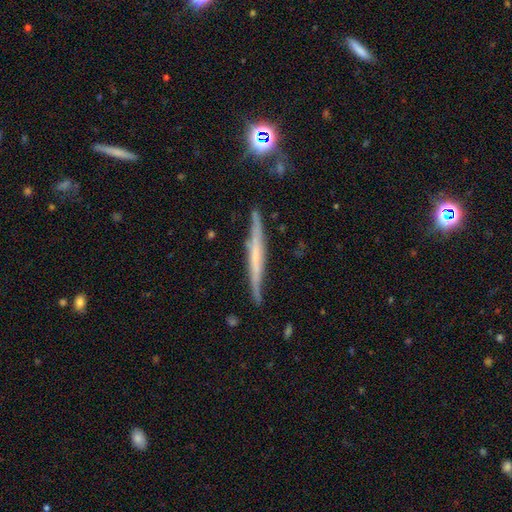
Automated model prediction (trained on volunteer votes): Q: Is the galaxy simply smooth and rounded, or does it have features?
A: featured or disk — 62%.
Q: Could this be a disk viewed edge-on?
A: yes — 93%.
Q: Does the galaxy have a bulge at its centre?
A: none — 67%.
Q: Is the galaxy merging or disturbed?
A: none — 81%.